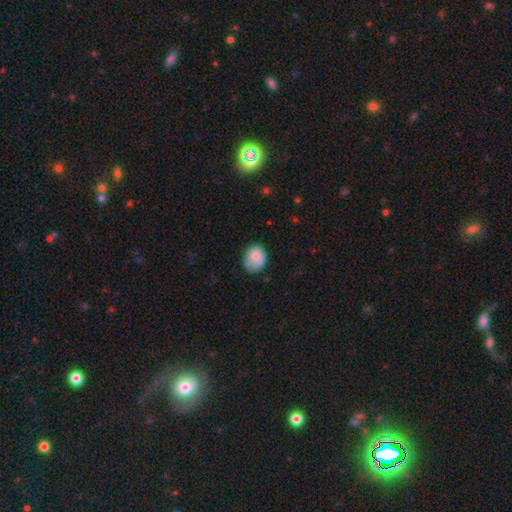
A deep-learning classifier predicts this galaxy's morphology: Smooth or featured? smooth (76%)
How rounded? in between (55%)
Merging? none (55%)